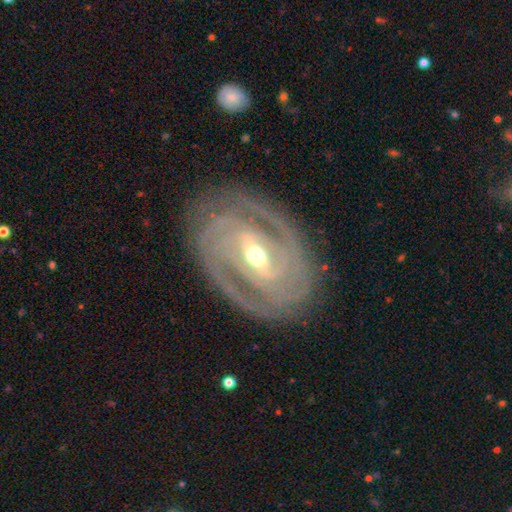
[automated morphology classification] Q: Smooth or featured?
A: featured or disk (91%); runner-up: smooth (4%)
Q: Edge-on disk?
A: no (96%); runner-up: yes (4%)
Q: Bar?
A: strong (50%); runner-up: weak (37%)
Q: Spiral arms?
A: yes (97%); runner-up: no (3%)
Q: Spiral winding?
A: tight (75%); runner-up: medium (22%)
Q: Spiral arm count?
A: 2 (51%); runner-up: 3 (21%)
Q: Bulge size?
A: moderate (59%); runner-up: small (37%)
Q: Merging?
A: none (82%); runner-up: minor disturbance (13%)